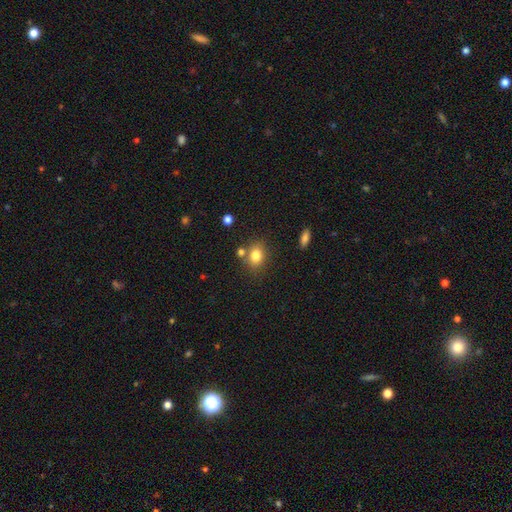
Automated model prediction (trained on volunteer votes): This appears to be a smooth galaxy with no disk features (80%) that is in between round and cigar-shaped (52%). Merging: none (69%).